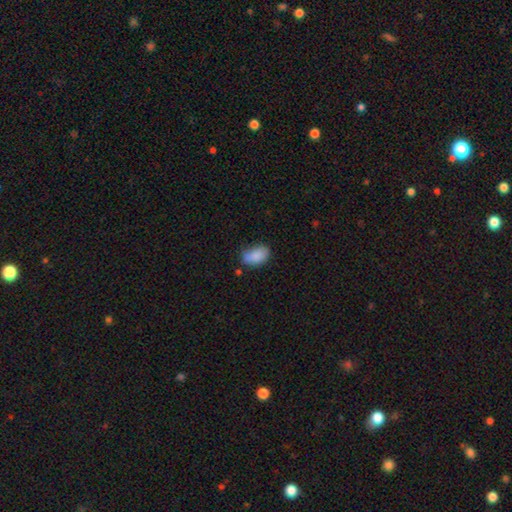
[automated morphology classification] Overall: smooth (84%). How rounded: in between (88%). Merging: none (55%; minor disturbance 31%).